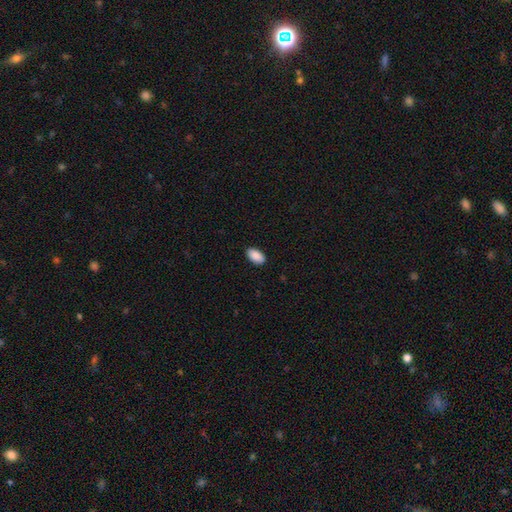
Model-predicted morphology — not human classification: This is clearly a smooth galaxy (90%). How rounded: clearly in between (95%). Merging: clearly none (89%).